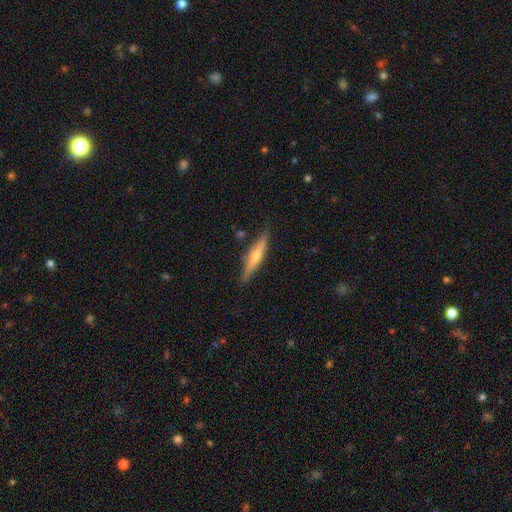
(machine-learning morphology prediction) smooth_or_featured: featured or disk (p=0.63) [alt: smooth p=0.31]
disk_edge_on: yes (p=0.96) [alt: no p=0.04]
edge_on_bulge: rounded (p=0.85) [alt: none p=0.10]
merging: none (p=0.88) [alt: minor disturbance p=0.09]